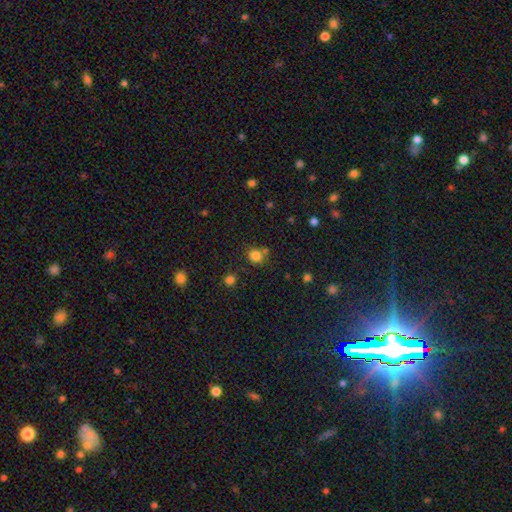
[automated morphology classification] Smooth or featured?
  - smooth: 80% *
  - star or artifact: 14%
  - featured or disk: 6%
How rounded?
  - round: 79% *
  - in between: 20%
  - cigar-shaped: 1%
Merging?
  - none: 68% *
  - merger: 15%
  - minor disturbance: 13%
  - major disturbance: 4%